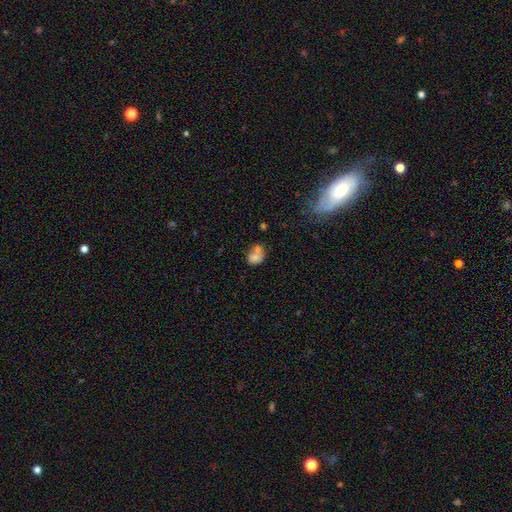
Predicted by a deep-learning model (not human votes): Morphology: type=smooth (72%); roundness=in between (52%); merging=merger (51%).